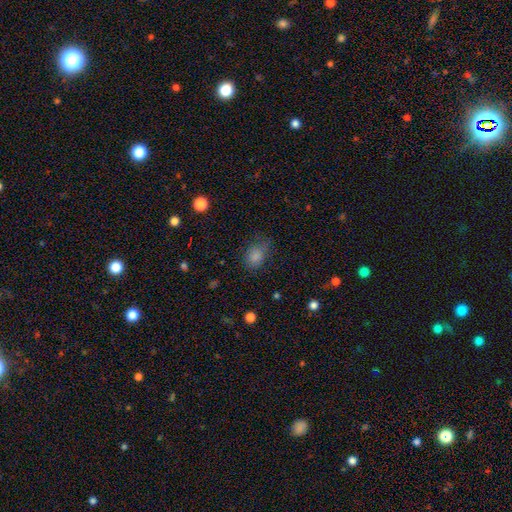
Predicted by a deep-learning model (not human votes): Morphology: type=smooth (83%); roundness=in between (59%); merging=none (62%).